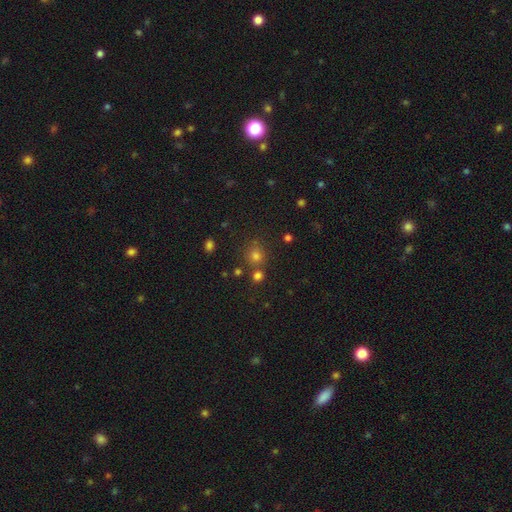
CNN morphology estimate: This appears to be a smooth galaxy with no disk features (74%) that is round (88%). Merging: none (71%).